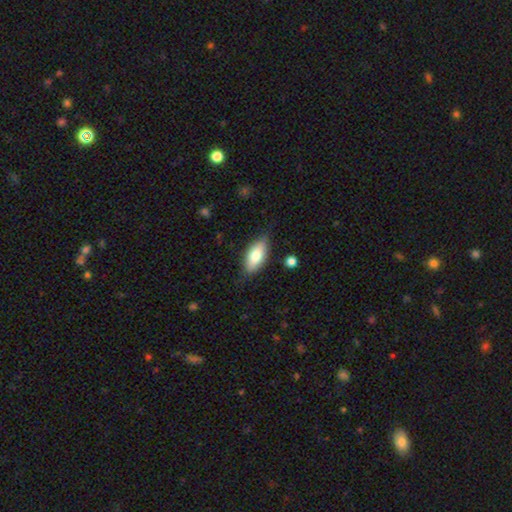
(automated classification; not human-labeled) Morphology: type=smooth (75%); roundness=in between (85%); merging=none (78%).